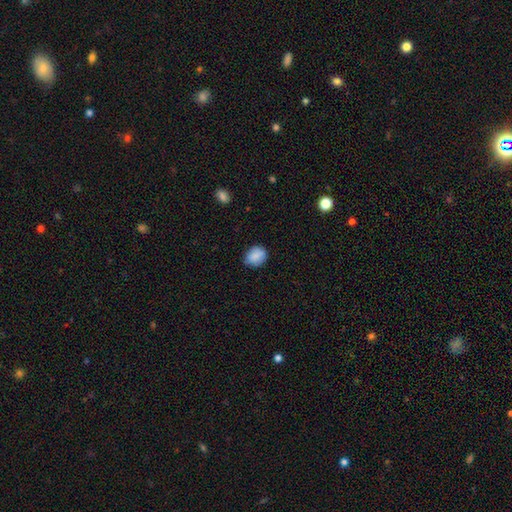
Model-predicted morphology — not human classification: Q: Smooth or featured?
A: smooth (87%); runner-up: star or artifact (8%)
Q: How rounded?
A: round (58%); runner-up: in between (41%)
Q: Merging?
A: none (75%); runner-up: minor disturbance (21%)